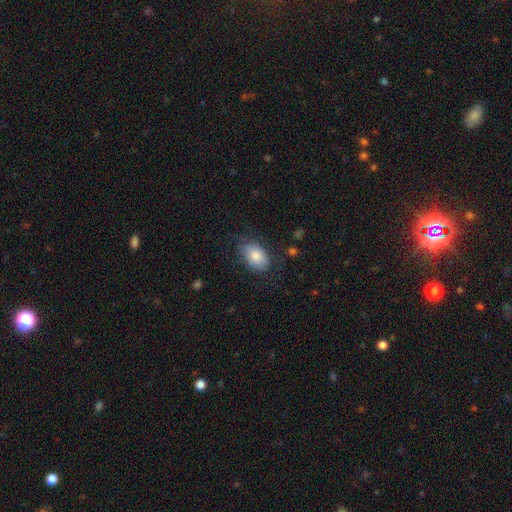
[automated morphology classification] smooth_or_featured: smooth (p=0.78) [alt: featured or disk p=0.14]
how_rounded: in between (p=0.88) [alt: round p=0.11]
merging: none (p=0.65) [alt: minor disturbance p=0.23]